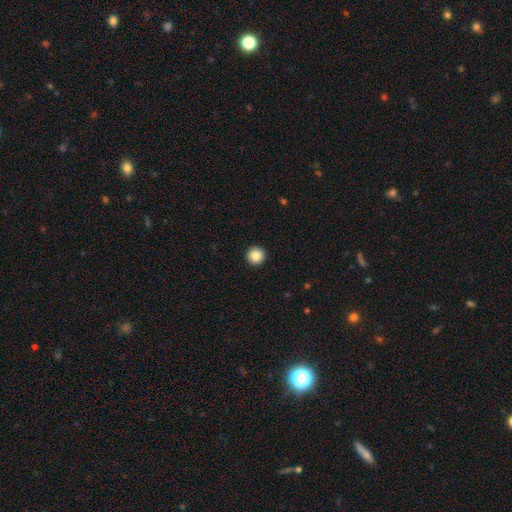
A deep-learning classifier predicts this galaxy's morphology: smooth-or-featured: smooth: 86% | star or artifact: 9% | featured or disk: 5%
  how-rounded: round: 96% | in between: 3% | cigar-shaped: 1%
  merging: none: 94% | minor disturbance: 4% | major disturbance: 1% | merger: 1%